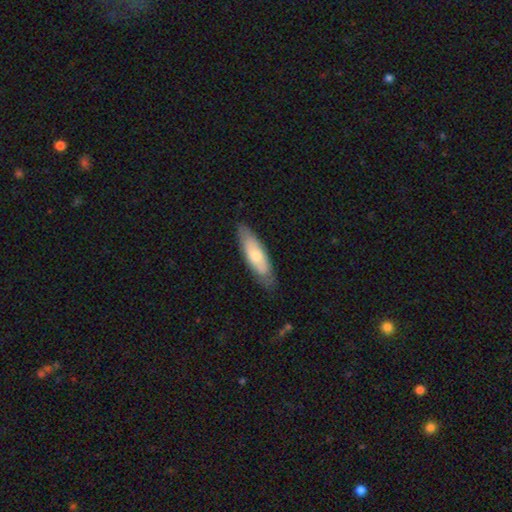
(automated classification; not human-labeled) Smooth or featured? smooth (62%)
How rounded? cigar-shaped (51%)
Merging? none (79%)